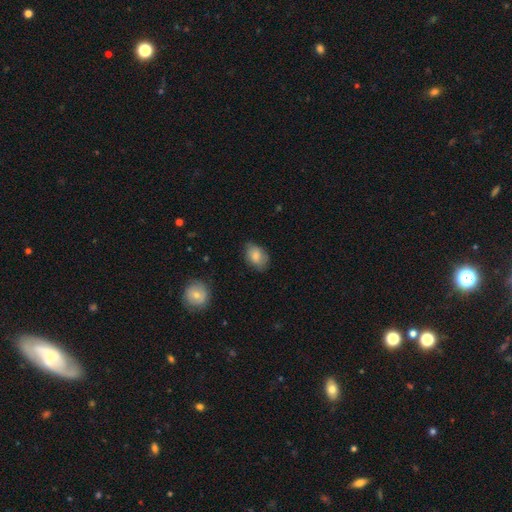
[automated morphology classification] A smooth galaxy with no disk features (82%) that is in between round and cigar-shaped (83%). Merging: none (72%).